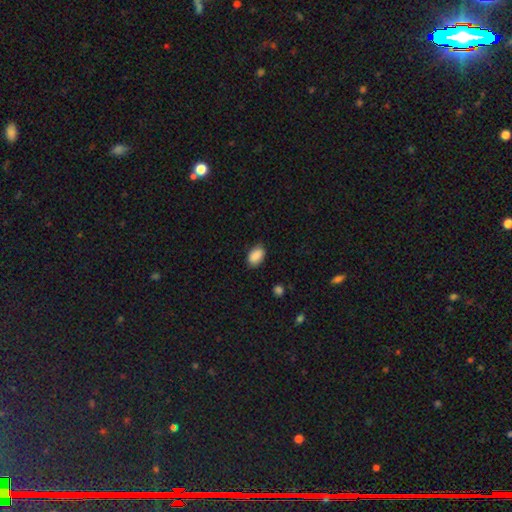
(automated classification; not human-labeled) Q: Smooth or featured?
A: smooth (89%); runner-up: star or artifact (7%)
Q: How rounded?
A: in between (88%); runner-up: round (10%)
Q: Merging?
A: none (83%); runner-up: minor disturbance (13%)